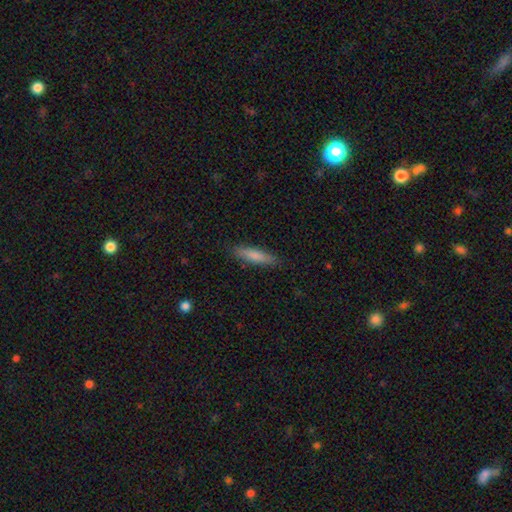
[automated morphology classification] smooth 79%, featured or disk 15%, star or artifact 6%. Down the decision tree: how rounded — cigar-shaped (78%); merging — none (87%).